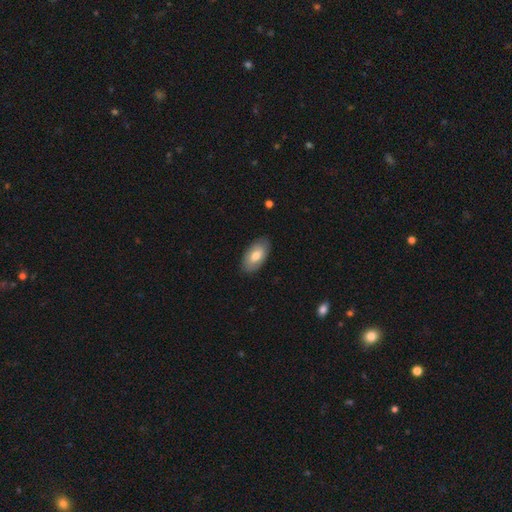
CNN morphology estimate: Smooth or featured? Predicted: smooth (p=0.69). How rounded? Predicted: in between (p=0.94). Merging? Predicted: none (p=0.84).